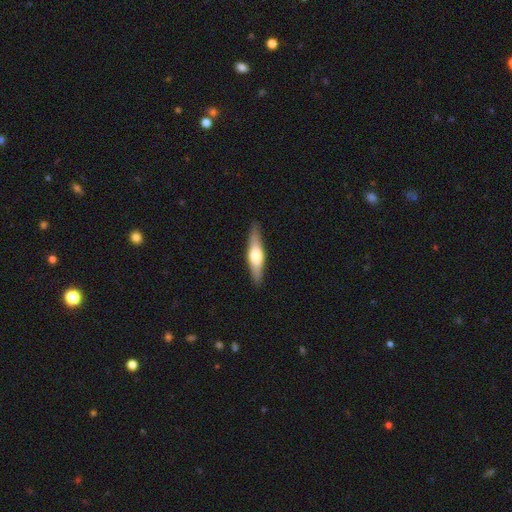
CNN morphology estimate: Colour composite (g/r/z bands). It shows a featured or disk galaxy (52%) viewed edge-on (93%). Merging: none (89%).